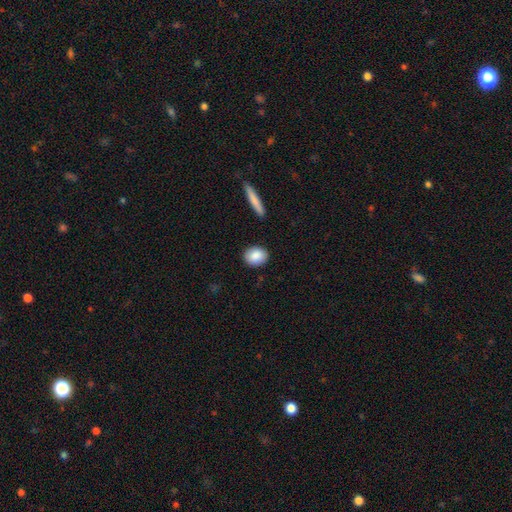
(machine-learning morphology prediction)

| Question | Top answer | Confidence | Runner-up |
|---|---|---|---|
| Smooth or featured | smooth | 88% | star or artifact (7%) |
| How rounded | in between | 49% | tied: round (49%) |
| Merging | none | 89% | minor disturbance (8%) |